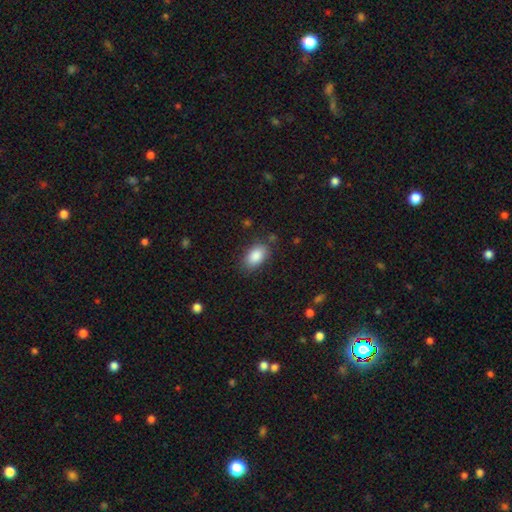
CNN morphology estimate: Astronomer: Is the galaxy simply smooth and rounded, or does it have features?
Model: smooth — 88%.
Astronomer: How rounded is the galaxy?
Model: in between — 91%.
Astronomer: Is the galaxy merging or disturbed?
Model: none — 81%.